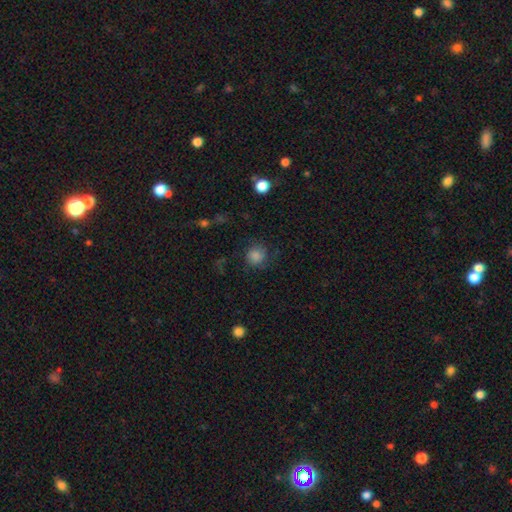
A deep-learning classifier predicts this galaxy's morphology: type=smooth (73%); roundness=round (86%); merging=none (72%).